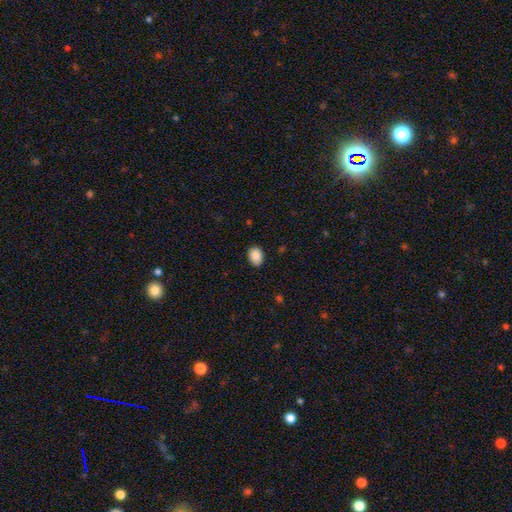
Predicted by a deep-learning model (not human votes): Smooth or featured? Predicted: smooth (p=0.90). How rounded? Predicted: in between (p=0.74). Merging? Predicted: none (p=0.87).